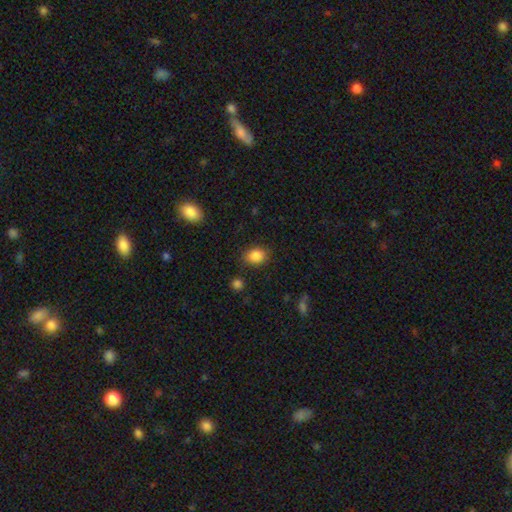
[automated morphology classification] smooth 85%, star or artifact 9%, featured or disk 5%. Down the decision tree: how rounded — in between (56%); merging — none (82%).